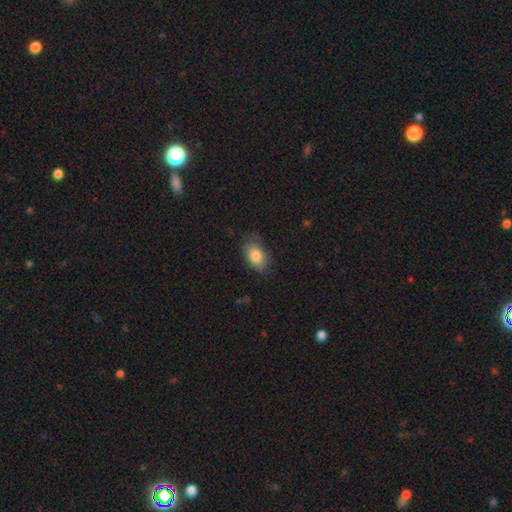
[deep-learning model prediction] smooth_or_featured: smooth (p=0.83) [alt: featured or disk p=0.10]
how_rounded: in between (p=0.88) [alt: round p=0.10]
merging: none (p=0.74) [alt: minor disturbance p=0.20]